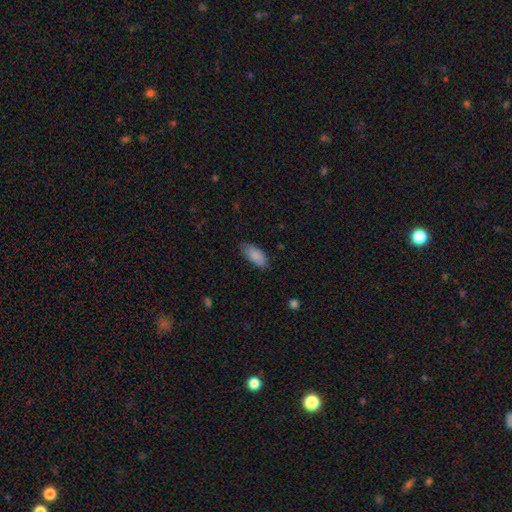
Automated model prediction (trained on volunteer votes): A smooth galaxy with no disk features (88%) that is in between round and cigar-shaped (88%).

Vote fractions:
- Smooth or featured? smooth: 88% / star or artifact: 6% / featured or disk: 6%
- How rounded? in between: 88% / cigar-shaped: 11% / round: 2%
- Merging? none: 80% / minor disturbance: 16% / major disturbance: 3% / merger: 1%